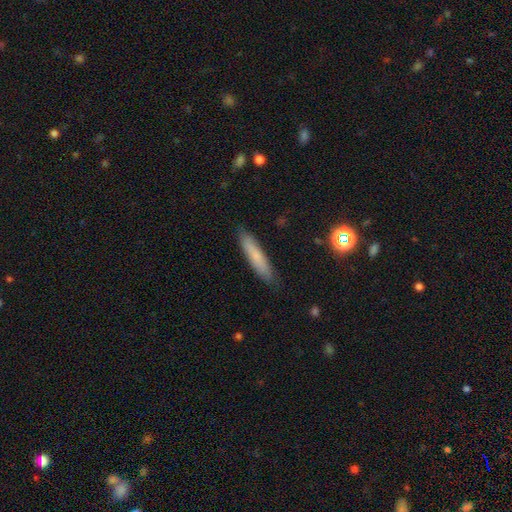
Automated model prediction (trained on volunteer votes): Smooth or featured: smooth — 72% (featured or disk — 21%)
How rounded: cigar-shaped — 87% (in between — 11%)
Merging: none — 87% (minor disturbance — 10%)